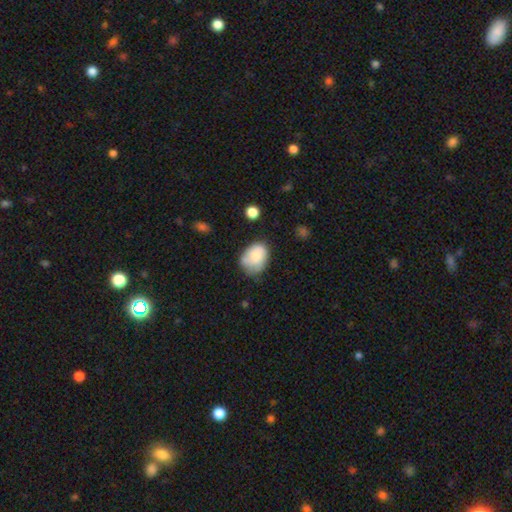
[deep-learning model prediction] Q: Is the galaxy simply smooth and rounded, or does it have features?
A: smooth — 76%.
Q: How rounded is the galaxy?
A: in between — 67%.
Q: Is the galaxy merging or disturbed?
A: none — 50%.